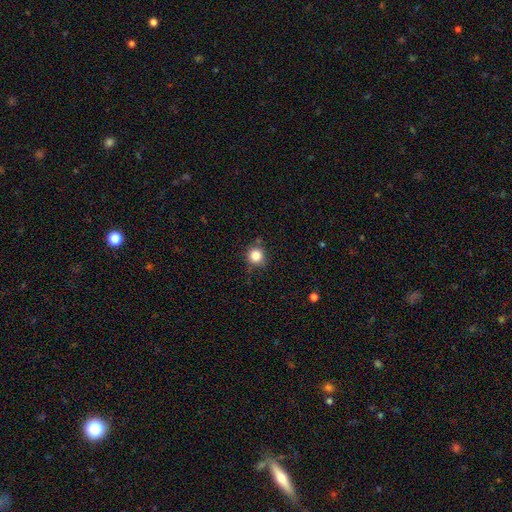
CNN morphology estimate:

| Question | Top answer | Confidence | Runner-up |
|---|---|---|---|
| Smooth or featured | smooth | 83% | star or artifact (11%) |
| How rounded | round | 91% | in between (8%) |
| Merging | none | 78% | minor disturbance (15%) |